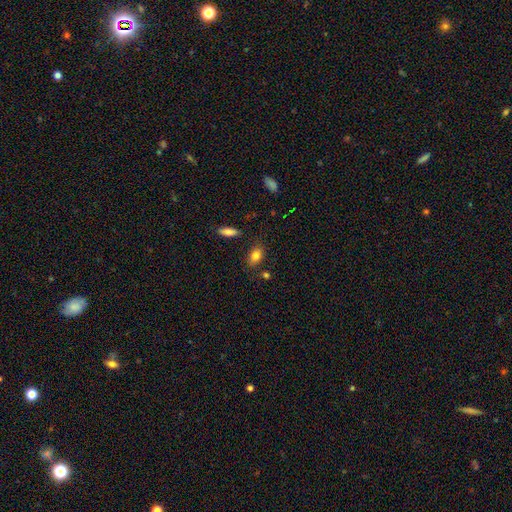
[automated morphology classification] A smooth galaxy with no disk features (82%) that is in between round and cigar-shaped (86%).

Vote fractions:
- Smooth or featured? smooth: 82% / featured or disk: 9% / star or artifact: 8%
- How rounded? in between: 86% / round: 11% / cigar-shaped: 3%
- Merging? none: 80% / minor disturbance: 13% / merger: 4% / major disturbance: 3%